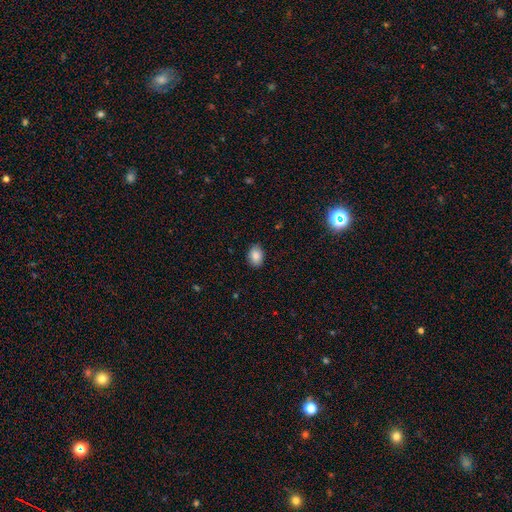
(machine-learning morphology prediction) Q: Smooth or featured?
A: smooth (87%); runner-up: star or artifact (8%)
Q: How rounded?
A: in between (75%); runner-up: round (24%)
Q: Merging?
A: none (86%); runner-up: minor disturbance (10%)